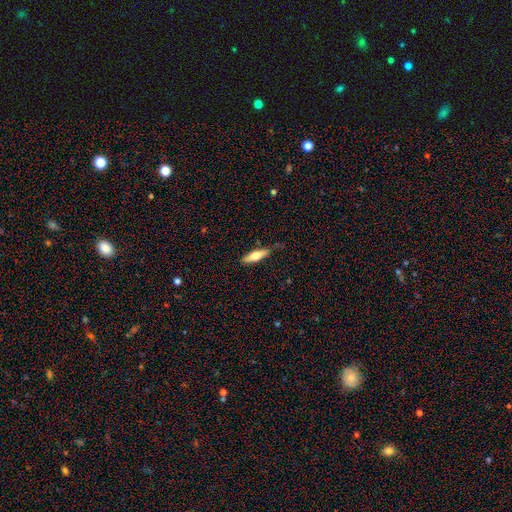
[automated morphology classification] This is possibly a smooth galaxy (59%). How rounded: likely cigar-shaped (63%). Merging: likely none (74%).